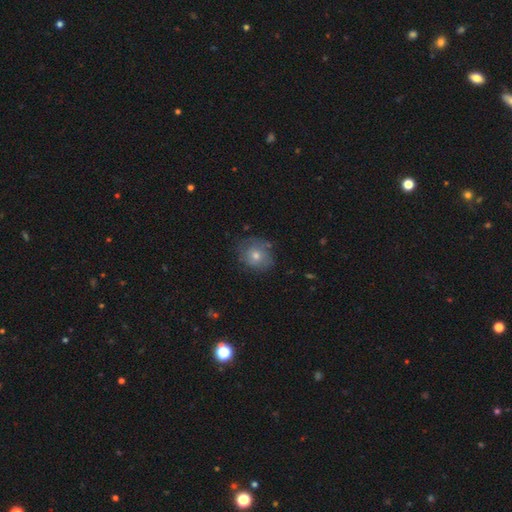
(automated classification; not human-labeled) smooth_or_featured: smooth (p=0.62) [alt: featured or disk p=0.29]
how_rounded: round (p=0.69) [alt: in between p=0.30]
merging: none (p=0.68) [alt: minor disturbance p=0.23]